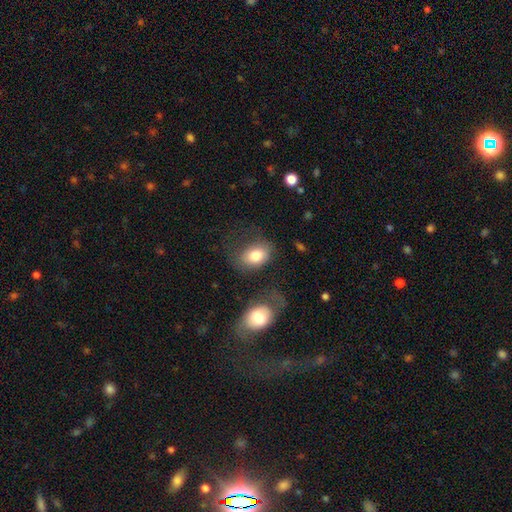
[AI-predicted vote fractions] A smooth galaxy with no disk features (79%) that is in between round and cigar-shaped (76%). Merging: none (56%).